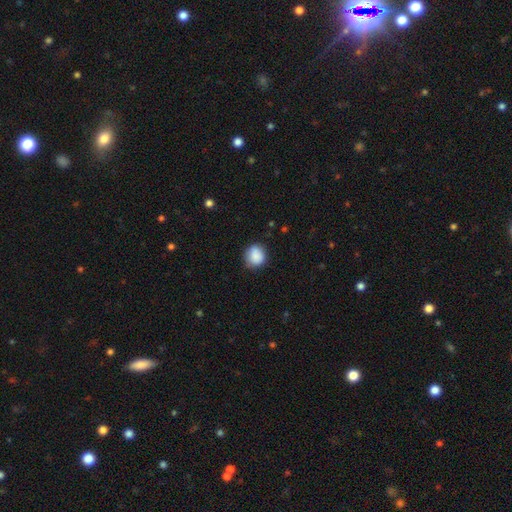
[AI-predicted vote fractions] Overall: smooth (87%). How rounded: round (78%). Merging: none (76%).